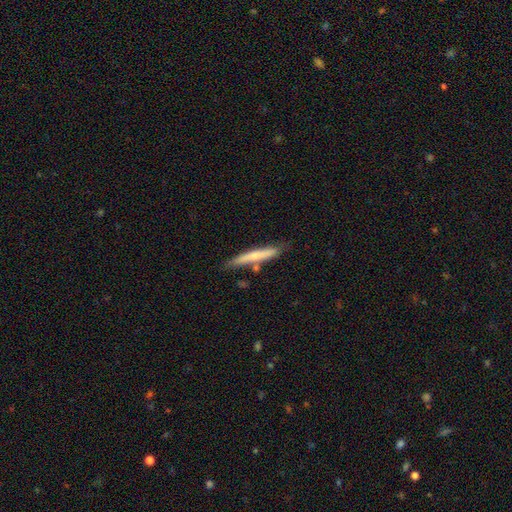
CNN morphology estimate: smooth-or-featured: smooth: 58% | featured or disk: 36% | star or artifact: 6%
  how-rounded: cigar-shaped: 94% | in between: 5% | round: 1%
  merging: none: 73% | minor disturbance: 17% | merger: 8% | major disturbance: 3%